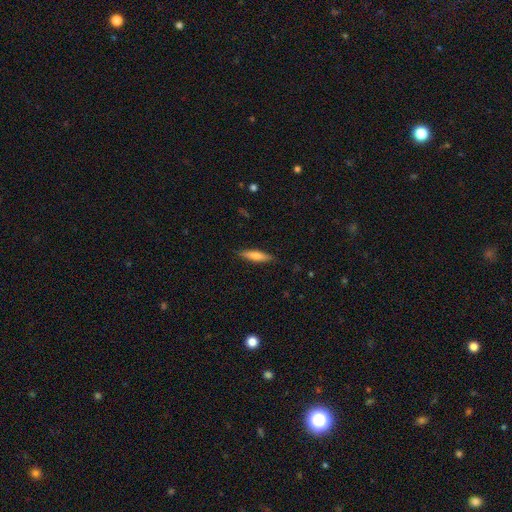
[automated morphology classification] Smooth or featured?
  - smooth: 64% *
  - featured or disk: 30%
  - star or artifact: 6%
How rounded?
  - cigar-shaped: 80% *
  - in between: 18%
  - round: 2%
Merging?
  - none: 88% *
  - minor disturbance: 9%
  - major disturbance: 2%
  - merger: 1%